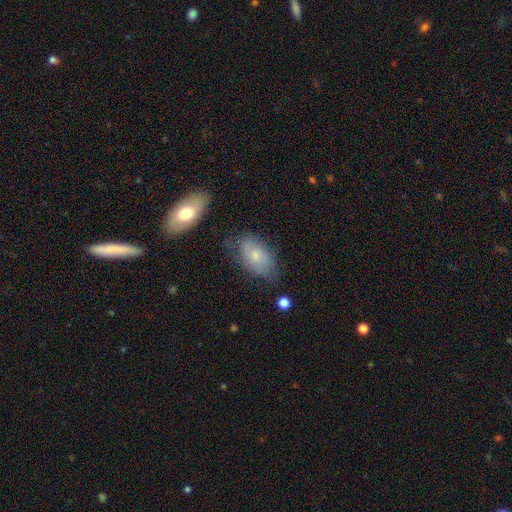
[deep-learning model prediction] Smooth or featured? smooth (64%)
How rounded? in between (92%)
Merging? none (58%)